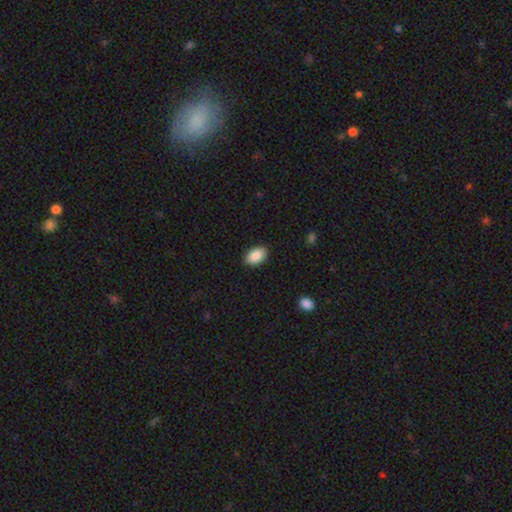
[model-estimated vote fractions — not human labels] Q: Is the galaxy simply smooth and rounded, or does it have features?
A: smooth — 88%.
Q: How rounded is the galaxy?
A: in between — 90%.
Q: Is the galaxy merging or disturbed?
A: none — 89%.